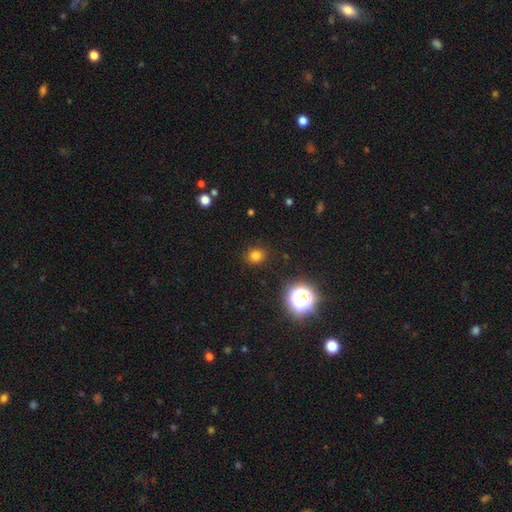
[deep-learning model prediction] smooth 76%, star or artifact 18%, featured or disk 6%. Down the decision tree: how rounded — round (80%); merging — none (89%).